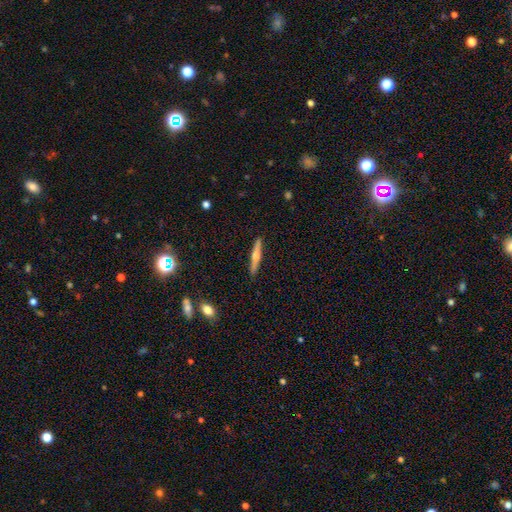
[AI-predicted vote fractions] A featured or disk galaxy (56%) viewed edge-on (97%) with a rounded central bulge (89%). Merging: none (91%).